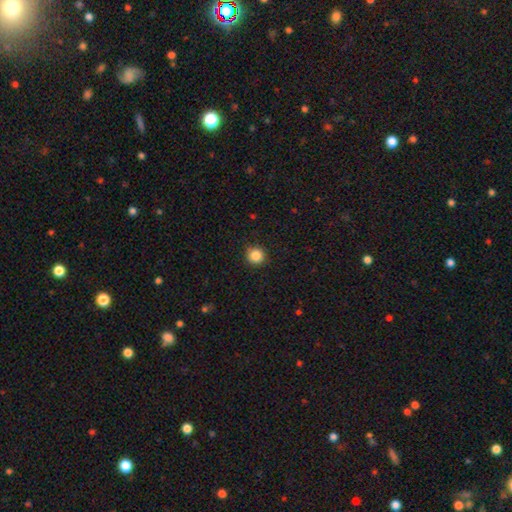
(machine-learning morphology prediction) A smooth galaxy with no disk features (86%) that is round (94%). Merging: none (90%).